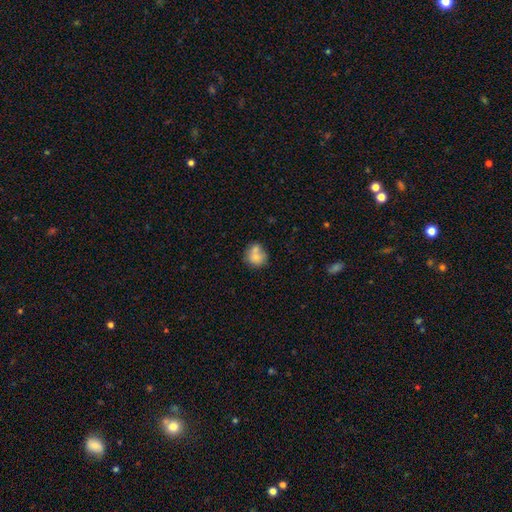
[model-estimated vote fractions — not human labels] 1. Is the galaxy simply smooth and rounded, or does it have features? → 75% smooth, 17% featured or disk, 9% star or artifact.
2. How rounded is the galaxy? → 77% round, 22% in between, 1% cigar-shaped.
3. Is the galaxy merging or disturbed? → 42% none, 40% merger, 13% minor disturbance, 5% major disturbance.